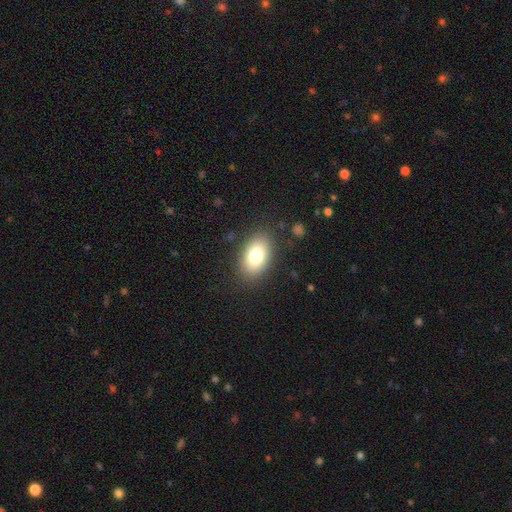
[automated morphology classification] This is likely a smooth galaxy (79%). How rounded: clearly in between (89%). Merging: clearly none (84%).